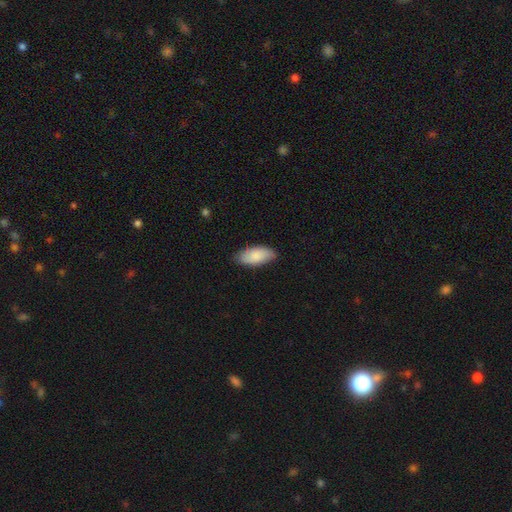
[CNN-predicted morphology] This appears to be a smooth galaxy with no disk features (87%) that is in between round and cigar-shaped (90%). Merging: none (83%).